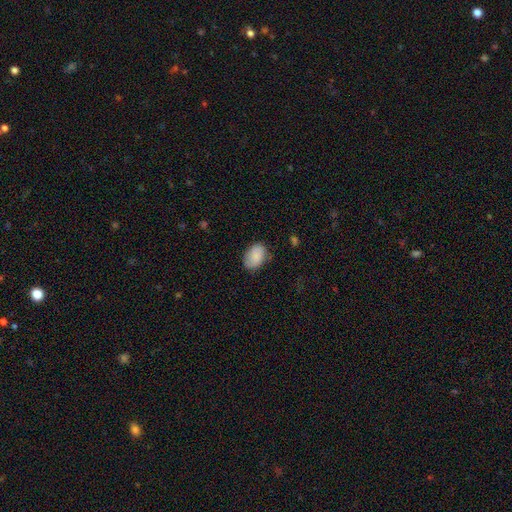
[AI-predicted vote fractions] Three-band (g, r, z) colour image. It shows a smooth galaxy with no disk features (85%) that is in between round and cigar-shaped (87%). Merging: none (74%).